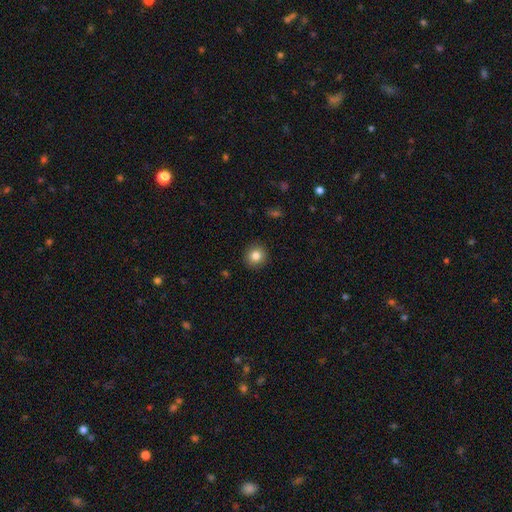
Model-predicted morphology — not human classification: A smooth galaxy with no disk features (84%) that is round (90%).

Vote fractions:
- Smooth or featured? smooth: 84% / star or artifact: 10% / featured or disk: 7%
- How rounded? round: 90% / in between: 9% / cigar-shaped: 1%
- Merging? none: 91% / minor disturbance: 6% / major disturbance: 2% / merger: 1%